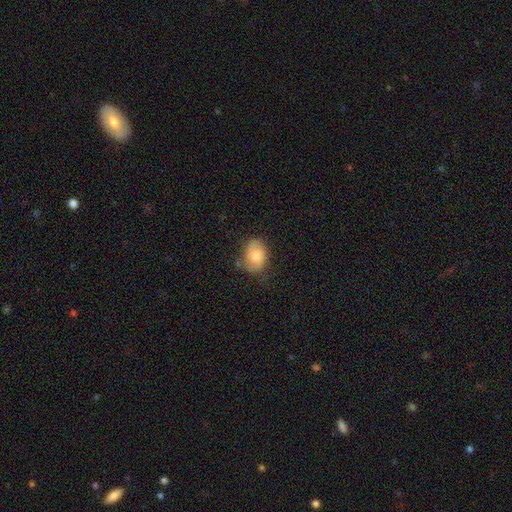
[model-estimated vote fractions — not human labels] The model was most divided on "merging": none: 64%, minor disturbance: 27%, major disturbance: 7%, merger: 3%. More confident: smooth or featured — smooth (75%); how rounded — in between (70%).